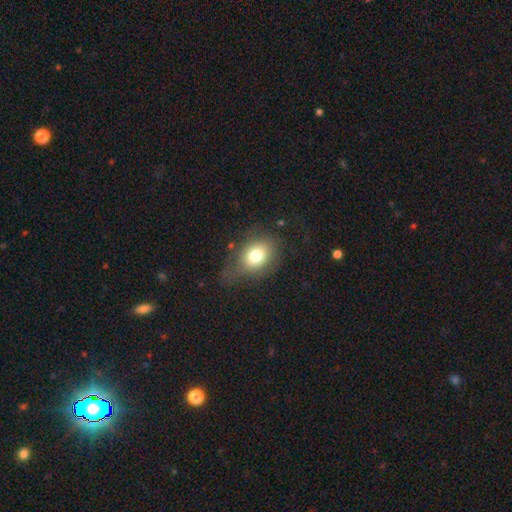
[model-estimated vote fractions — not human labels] This appears to be a smooth galaxy with no disk features (75%) that is in between round and cigar-shaped (58%). Merging: none (58%).